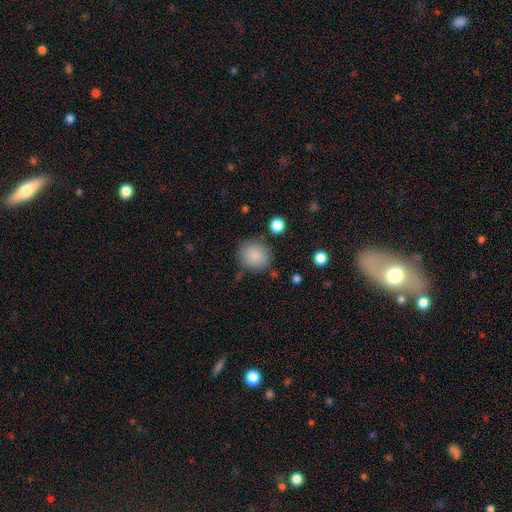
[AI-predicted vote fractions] smooth-or-featured: smooth: 87% | star or artifact: 8% | featured or disk: 4%
  how-rounded: round: 80% | in between: 19% | cigar-shaped: 1%
  merging: none: 81% | minor disturbance: 12% | major disturbance: 4% | merger: 3%